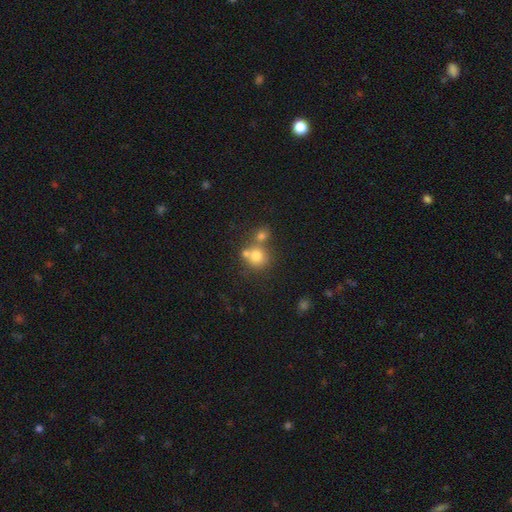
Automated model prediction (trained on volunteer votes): A smooth galaxy with no disk features (73%) that is round (85%). Merging: none (47%).